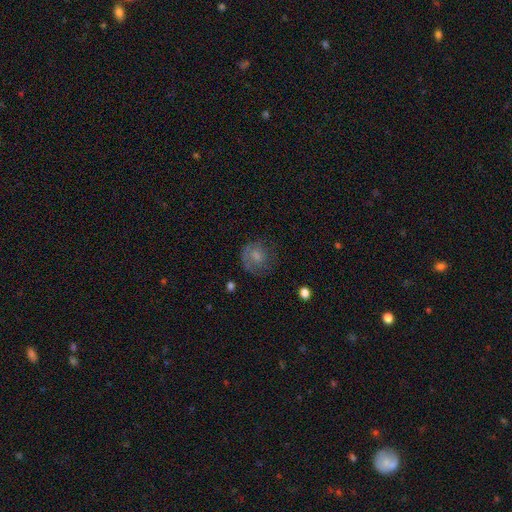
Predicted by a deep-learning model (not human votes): Q: Smooth or featured?
A: smooth (68%); runner-up: featured or disk (21%)
Q: How rounded?
A: round (82%); runner-up: in between (18%)
Q: Merging?
A: none (60%); runner-up: minor disturbance (22%)